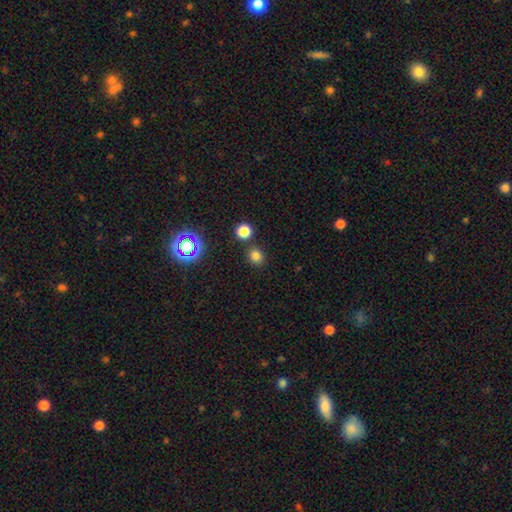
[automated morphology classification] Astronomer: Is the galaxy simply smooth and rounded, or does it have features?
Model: smooth — 76%.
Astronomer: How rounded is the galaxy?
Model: round — 80%.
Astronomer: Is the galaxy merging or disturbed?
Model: none — 81%.